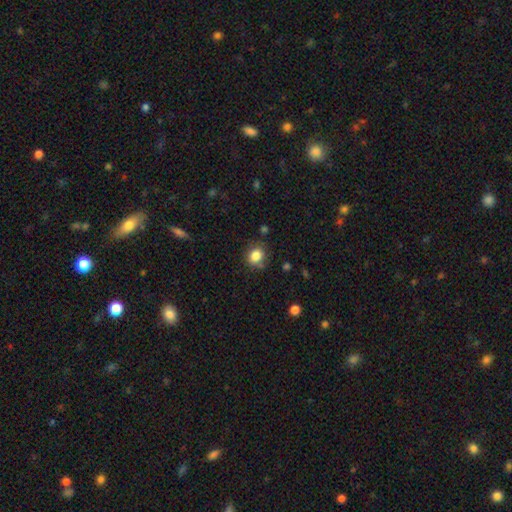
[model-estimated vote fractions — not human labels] A smooth galaxy with no disk features (84%) that is round (63%).

Vote fractions:
- Smooth or featured? smooth: 84% / star or artifact: 10% / featured or disk: 6%
- How rounded? round: 63% / in between: 36% / cigar-shaped: 1%
- Merging? none: 78% / minor disturbance: 15% / major disturbance: 4% / merger: 3%